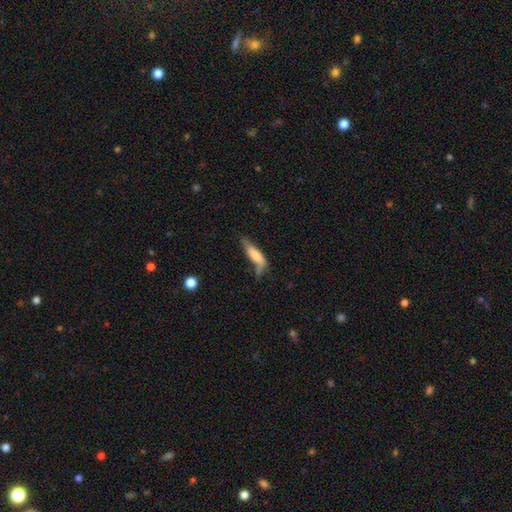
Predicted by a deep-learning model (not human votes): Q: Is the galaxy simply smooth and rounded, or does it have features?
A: smooth — 68%.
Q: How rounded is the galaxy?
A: cigar-shaped — 62%.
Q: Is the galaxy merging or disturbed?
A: none — 38%.